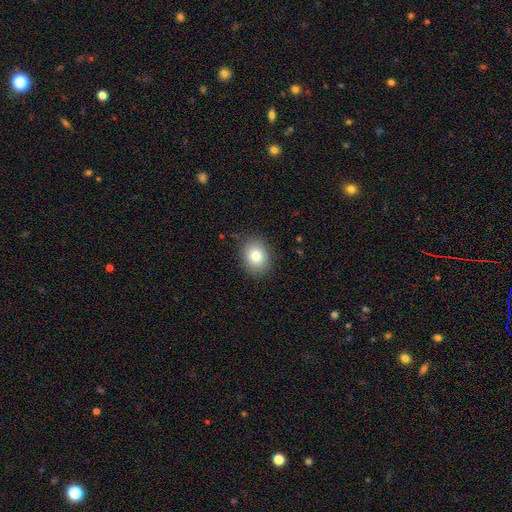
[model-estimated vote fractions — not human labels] Smooth or featured: smooth — 81% (star or artifact — 10%)
How rounded: round — 54% (in between — 45%)
Merging: none — 85% (minor disturbance — 11%)